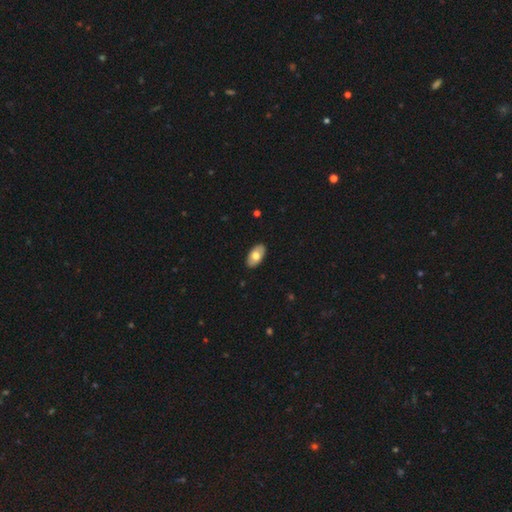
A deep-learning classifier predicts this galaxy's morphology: smooth-or-featured: smooth: 68% | featured or disk: 26% | star or artifact: 6%
  how-rounded: in between: 95% | round: 3% | cigar-shaped: 2%
  merging: none: 89% | minor disturbance: 8% | major disturbance: 2% | merger: 1%